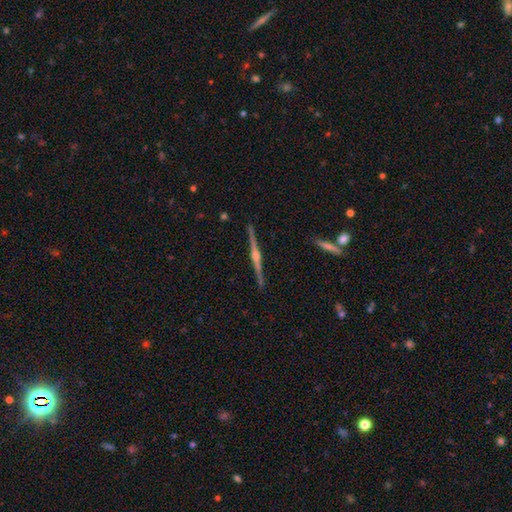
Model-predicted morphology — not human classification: Q: Smooth or featured?
A: featured or disk (87%); runner-up: smooth (7%)
Q: Edge-on disk?
A: yes (99%); runner-up: no (1%)
Q: Edge-on bulge?
A: rounded (88%); runner-up: boxy (7%)
Q: Merging?
A: none (92%); runner-up: minor disturbance (5%)